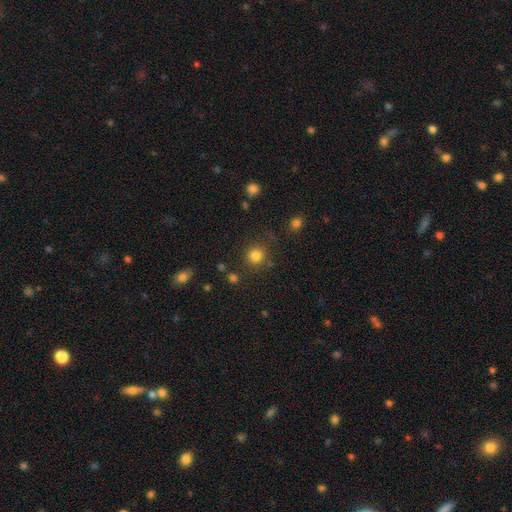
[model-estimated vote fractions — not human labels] This appears to be a smooth galaxy with no disk features (82%) that is round (92%). Merging: none (83%).